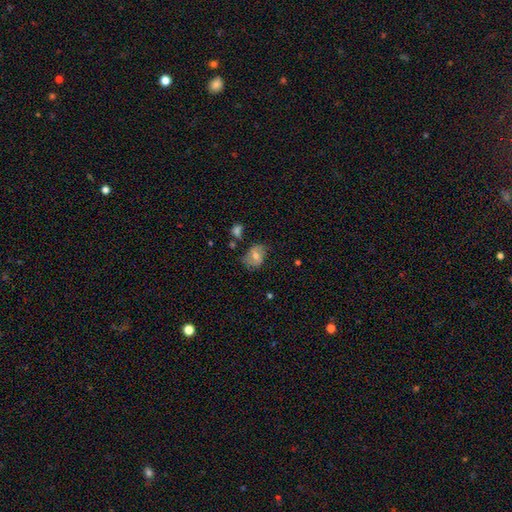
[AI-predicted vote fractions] Smooth or featured? smooth (47%)
Merging? none (64%)